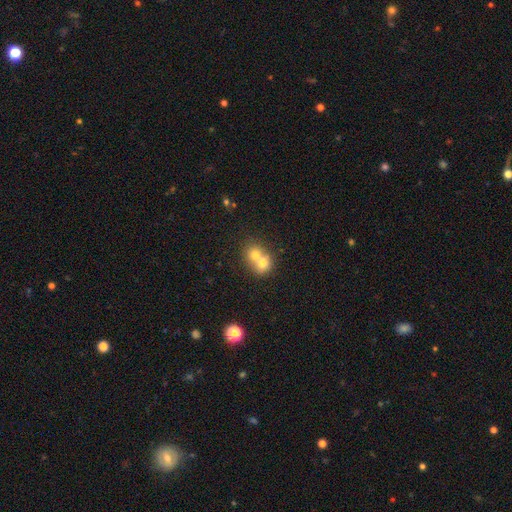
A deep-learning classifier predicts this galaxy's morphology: A smooth galaxy with no disk features (68%) that is round (72%).

Vote fractions:
- Smooth or featured? smooth: 68% / featured or disk: 22% / star or artifact: 11%
- How rounded? round: 72% / in between: 27% / cigar-shaped: 1%
- Merging? merger: 69% / none: 25% / minor disturbance: 5% / major disturbance: 2%